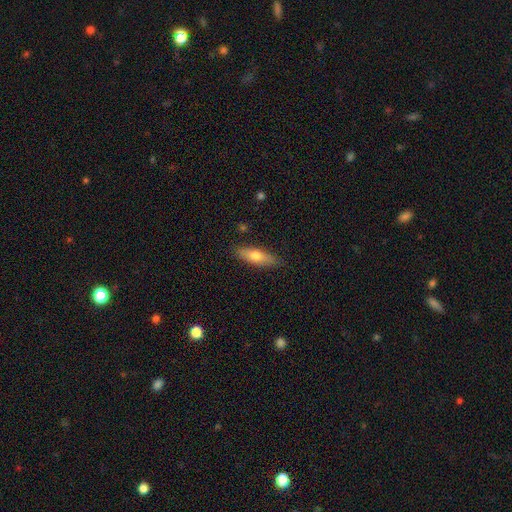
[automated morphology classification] smooth_or_featured: smooth (p=0.67) [alt: featured or disk p=0.27]
how_rounded: cigar-shaped (p=0.50) [alt: in between p=0.48]
merging: none (p=0.84) [alt: minor disturbance p=0.12]